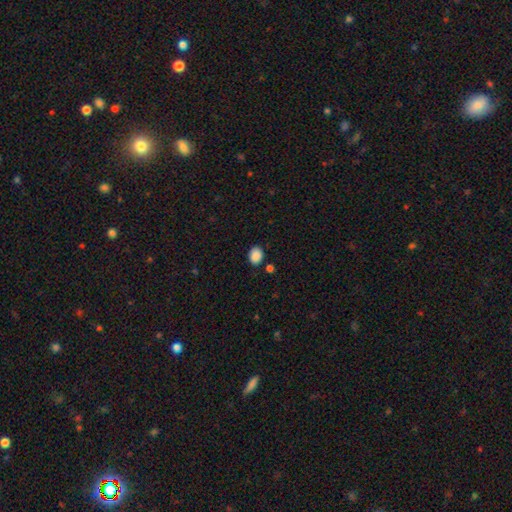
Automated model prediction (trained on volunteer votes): smooth-or-featured: smooth: 88% | star or artifact: 9% | featured or disk: 3%
  how-rounded: in between: 54% | round: 45% | cigar-shaped: 1%
  merging: none: 82% | minor disturbance: 11% | merger: 4% | major disturbance: 3%